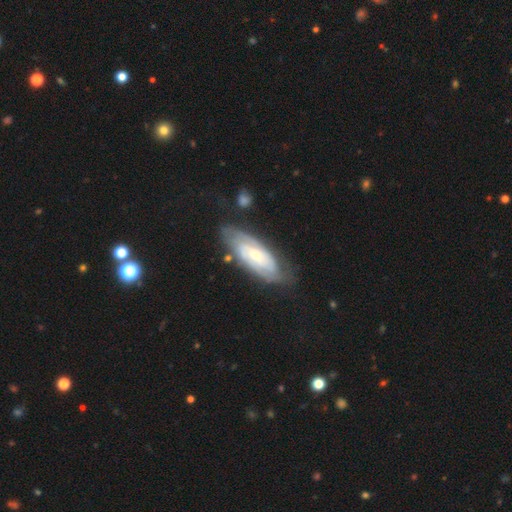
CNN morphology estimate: Smooth or featured? Predicted: featured or disk (p=0.73). Edge-on disk? Predicted: no (p=0.88). Bar? Predicted: no (p=0.58). Spiral arms? Predicted: yes (p=0.88). Spiral winding? Predicted: tight (p=0.65). Spiral arm count? Predicted: can't tell (p=0.45). Bulge size? Predicted: small (p=0.56). Merging? Predicted: none (p=0.70).